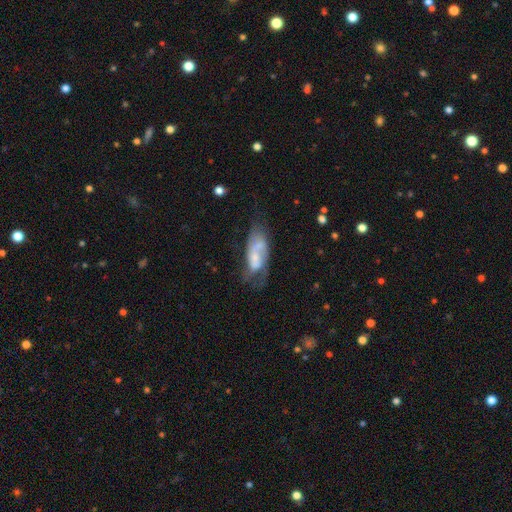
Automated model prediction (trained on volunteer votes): Q: Smooth or featured?
A: featured or disk (60%); runner-up: smooth (32%)
Q: Edge-on disk?
A: no (91%); runner-up: yes (9%)
Q: Bar?
A: no (59%); runner-up: weak (32%)
Q: Spiral arms?
A: yes (67%); runner-up: no (33%)
Q: Bulge size?
A: small (48%); runner-up: moderate (30%)
Q: Merging?
A: none (39%); runner-up: major disturbance (27%)